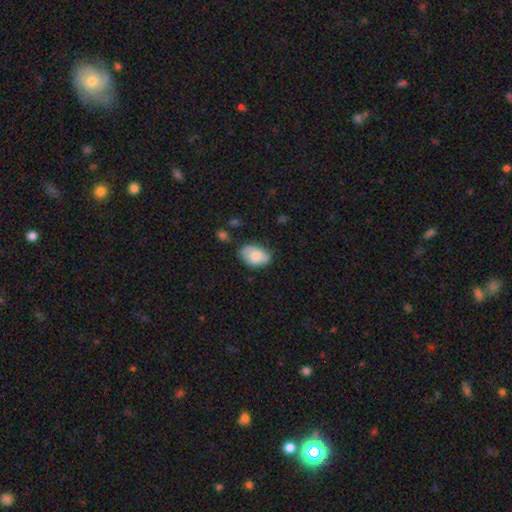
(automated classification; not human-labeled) A smooth galaxy with no disk features (72%) that is in between round and cigar-shaped (86%). Merging: none (65%).